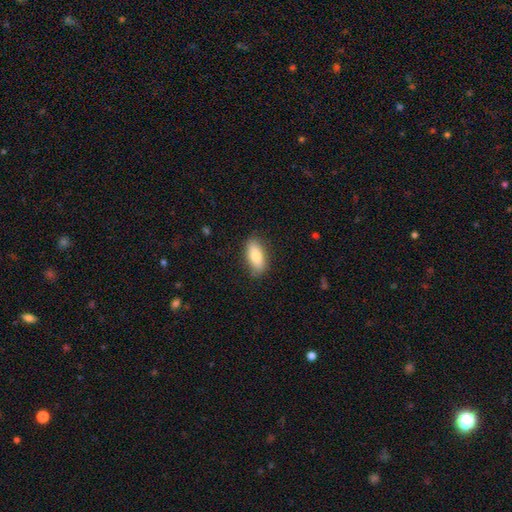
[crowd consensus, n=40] Smooth or featured?
  - smooth: 88% *
  - featured or disk: 8%
  - star or artifact: 5%
How rounded?
  - in between: 83% *
  - cigar-shaped: 14%
  - round: 3%
Merging?
  - none: 97% *
  - major disturbance: 3%
  - minor disturbance: 0%
  - merger: 0%